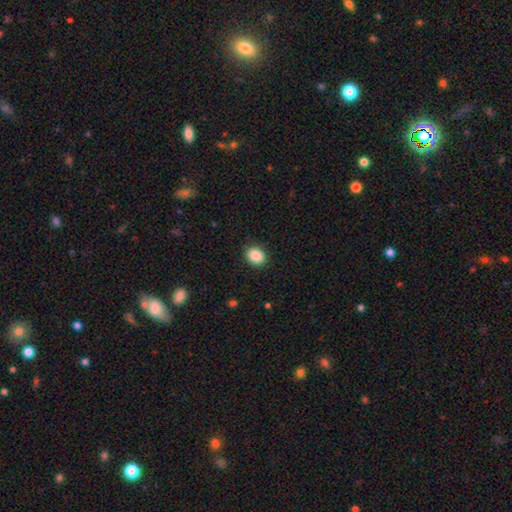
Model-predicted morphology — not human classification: Smooth or featured? Predicted: smooth (p=0.88). How rounded? Predicted: round (p=0.55). Merging? Predicted: none (p=0.90).